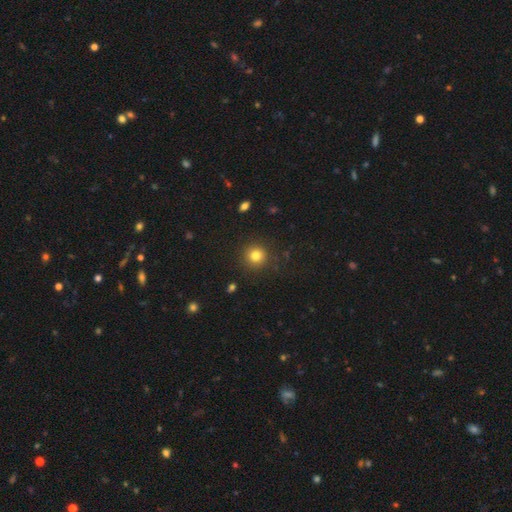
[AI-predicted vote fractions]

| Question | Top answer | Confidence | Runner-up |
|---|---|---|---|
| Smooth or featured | smooth | 81% | star or artifact (13%) |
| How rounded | round | 93% | in between (6%) |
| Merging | none | 90% | minor disturbance (7%) |